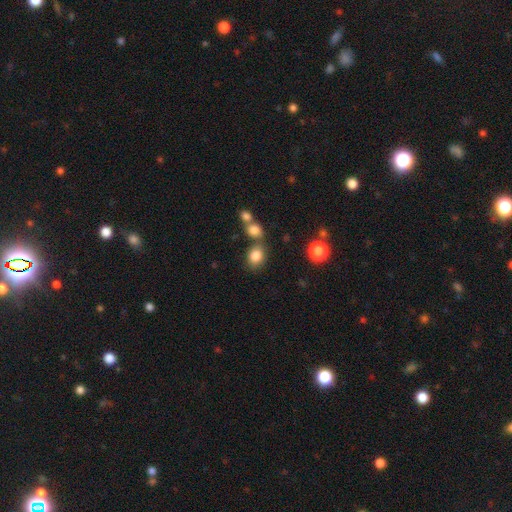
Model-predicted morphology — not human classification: Smooth or featured: smooth — 83% (star or artifact — 11%)
How rounded: round — 58% (in between — 41%)
Merging: none — 64% (merger — 20%)